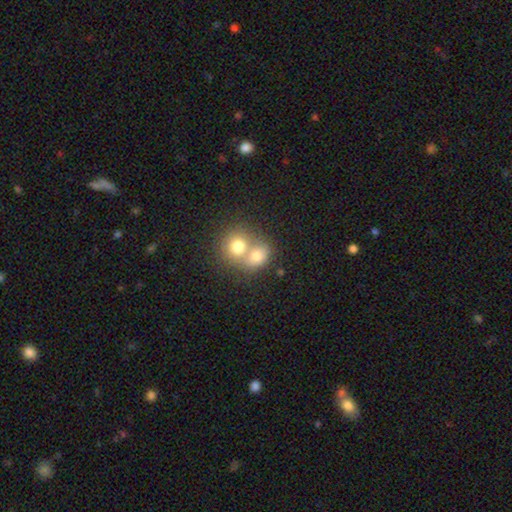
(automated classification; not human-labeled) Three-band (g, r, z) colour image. It shows a smooth galaxy with no disk features (62%) that is round (81%). Merging: merger (53%).